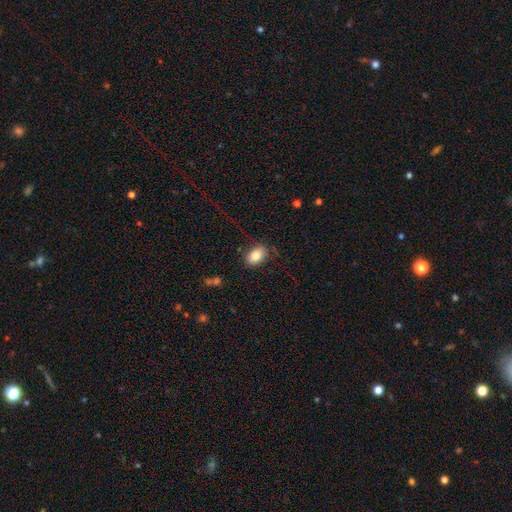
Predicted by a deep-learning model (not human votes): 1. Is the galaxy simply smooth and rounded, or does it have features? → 83% smooth, 9% featured or disk, 8% star or artifact.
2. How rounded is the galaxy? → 84% in between, 15% round, 1% cigar-shaped.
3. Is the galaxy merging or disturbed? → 77% none, 14% minor disturbance, 6% major disturbance, 2% merger.